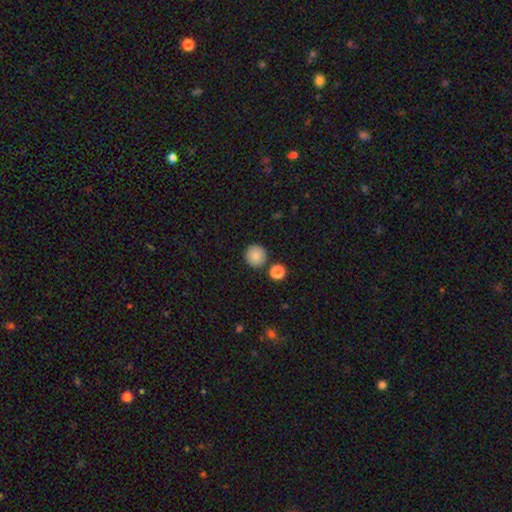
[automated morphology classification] Smooth or featured: smooth — 86% (star or artifact — 9%)
How rounded: round — 94% (in between — 5%)
Merging: none — 87% (minor disturbance — 6%)